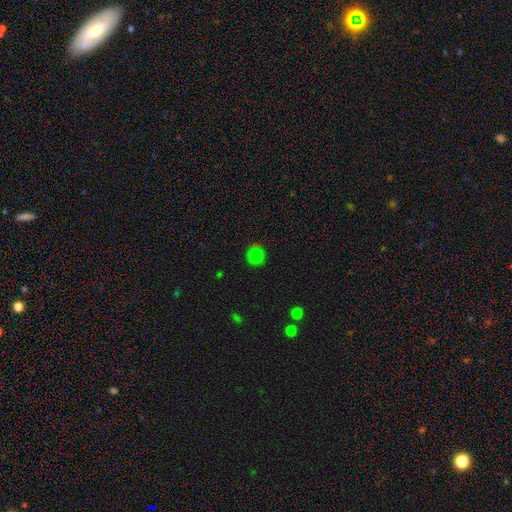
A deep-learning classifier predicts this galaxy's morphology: This is likely a smooth galaxy (78%). How rounded: clearly round (89%). Merging: likely none (79%).